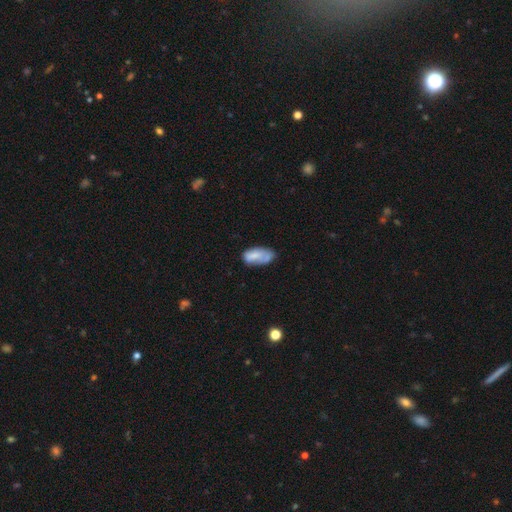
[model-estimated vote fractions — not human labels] This is likely a smooth galaxy (66%). How rounded: clearly in between (92%). Merging: marginally none (45%).